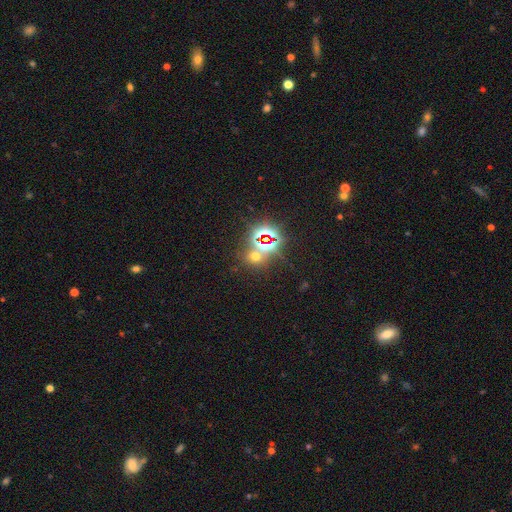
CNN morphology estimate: smooth-or-featured: star or artifact: 63% | smooth: 29% | featured or disk: 8%